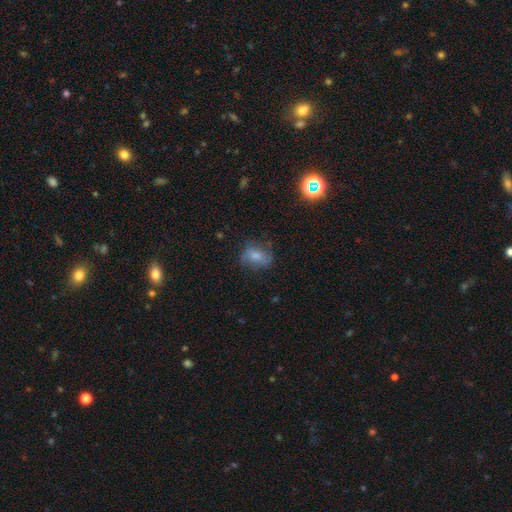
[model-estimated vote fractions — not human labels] This appears to be a smooth galaxy with no disk features (59%) that is in between round and cigar-shaped (66%). Merging: none (62%).